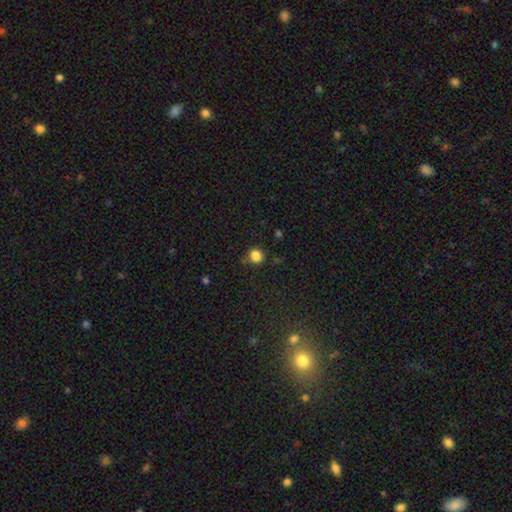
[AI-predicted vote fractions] Smooth or featured?
  - smooth: 83% *
  - star or artifact: 13%
  - featured or disk: 4%
How rounded?
  - round: 80% *
  - in between: 19%
  - cigar-shaped: 1%
Merging?
  - none: 78% *
  - minor disturbance: 14%
  - merger: 4%
  - major disturbance: 4%